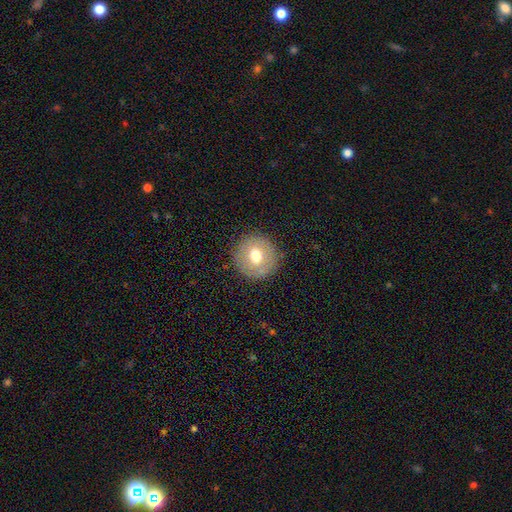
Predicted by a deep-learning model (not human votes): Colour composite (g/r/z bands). It shows a smooth galaxy with no disk features (67%) that is round (94%). Merging: none (88%).